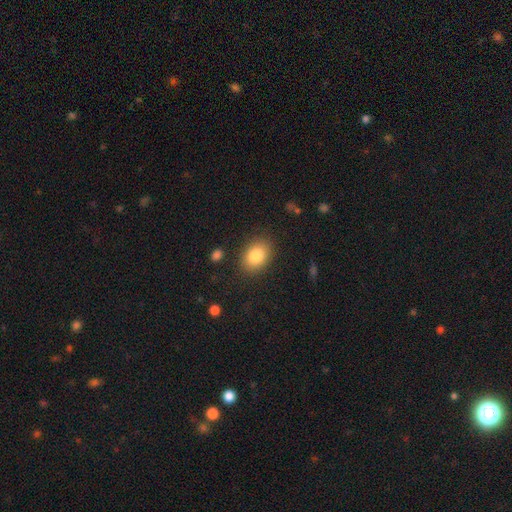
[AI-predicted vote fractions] Q: Smooth or featured?
A: smooth (84%); runner-up: featured or disk (8%)
Q: How rounded?
A: in between (76%); runner-up: round (23%)
Q: Merging?
A: none (85%); runner-up: minor disturbance (10%)